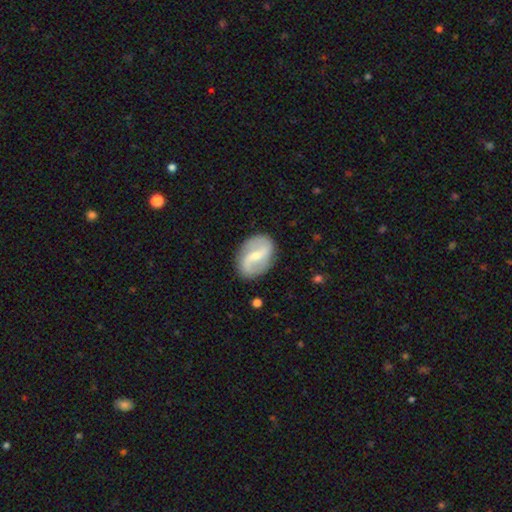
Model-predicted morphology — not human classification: smooth_or_featured: featured or disk (p=0.79) [alt: smooth p=0.16]
disk_edge_on: no (p=0.97) [alt: yes p=0.03]
bar: weak (p=0.45) [alt: strong p=0.36]
has_spiral_arms: yes (p=0.89) [alt: no p=0.11]
spiral_winding: loose (p=0.57) [alt: medium p=0.31]
spiral_arm_count: 2 (p=0.92) [alt: can't tell p=0.04]
bulge_size: small (p=0.56) [alt: moderate p=0.38]
merging: none (p=0.86) [alt: minor disturbance p=0.10]